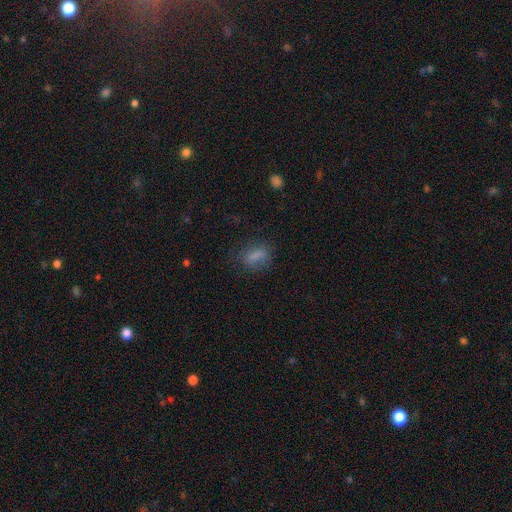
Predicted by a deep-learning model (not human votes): smooth_or_featured: smooth (p=0.77) [alt: star or artifact p=0.12]
how_rounded: in between (p=0.73) [alt: round p=0.18]
merging: none (p=0.67) [alt: minor disturbance p=0.20]